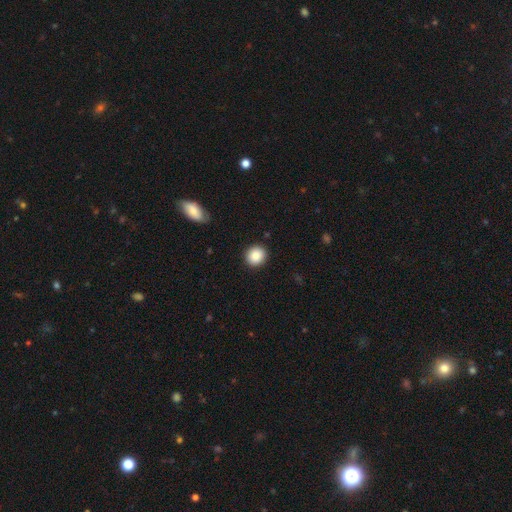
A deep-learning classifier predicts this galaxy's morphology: The model was most divided on "how rounded": round: 87%, in between: 12%, cigar-shaped: 1%. More confident: merging — none (90%); smooth or featured — smooth (88%).